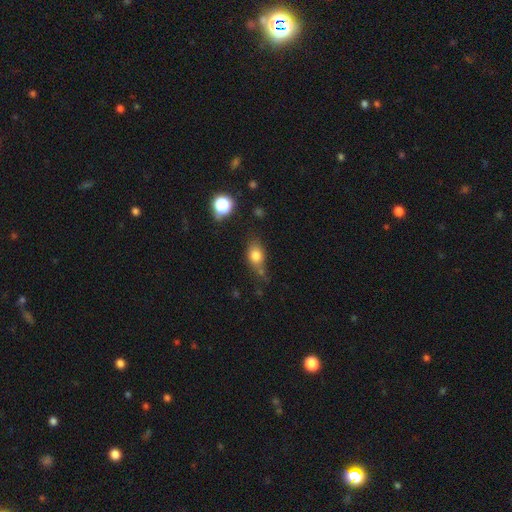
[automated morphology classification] This is likely a smooth galaxy (76%). How rounded: likely in between (67%). Merging: possibly none (53%).